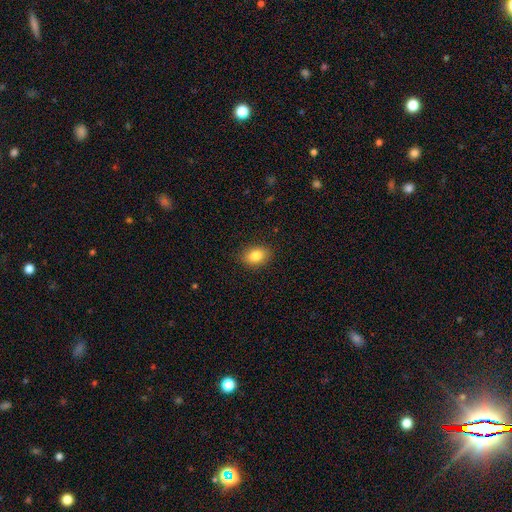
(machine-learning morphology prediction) A smooth galaxy with no disk features (84%) that is in between round and cigar-shaped (74%). Merging: none (88%).